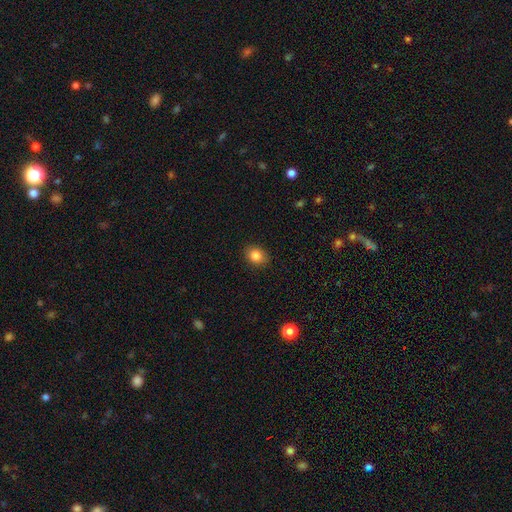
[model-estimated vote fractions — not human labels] Smooth or featured?
  - smooth: 84% *
  - star or artifact: 10%
  - featured or disk: 5%
How rounded?
  - round: 58% *
  - in between: 41%
  - cigar-shaped: 1%
Merging?
  - none: 89% *
  - minor disturbance: 8%
  - major disturbance: 2%
  - merger: 1%